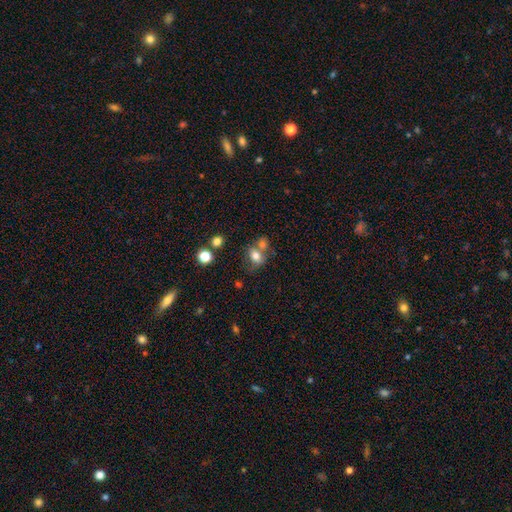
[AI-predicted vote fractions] Smooth or featured: smooth — 73% (featured or disk — 14%)
How rounded: in between — 50% (round — 49%)
Merging: none — 43% (merger — 37%)